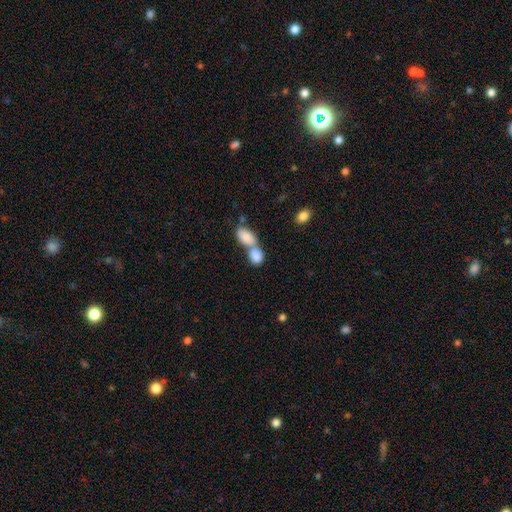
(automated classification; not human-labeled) smooth 85%, featured or disk 8%, star or artifact 6%. Down the decision tree: how rounded — in between (78%); merging — merger (71%).